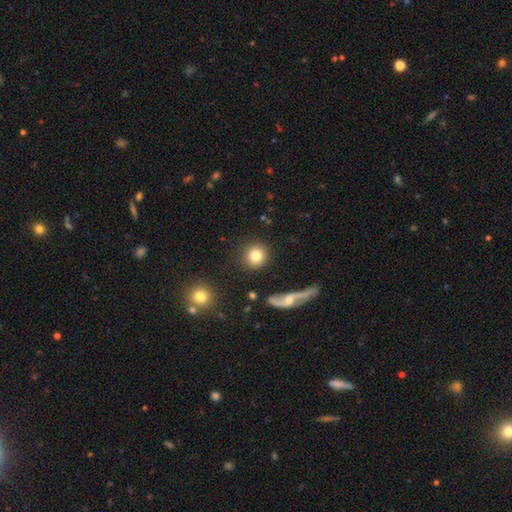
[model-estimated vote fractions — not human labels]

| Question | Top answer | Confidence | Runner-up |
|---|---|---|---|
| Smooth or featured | smooth | 81% | featured or disk (11%) |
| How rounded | round | 92% | in between (7%) |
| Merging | none | 88% | minor disturbance (6%) |